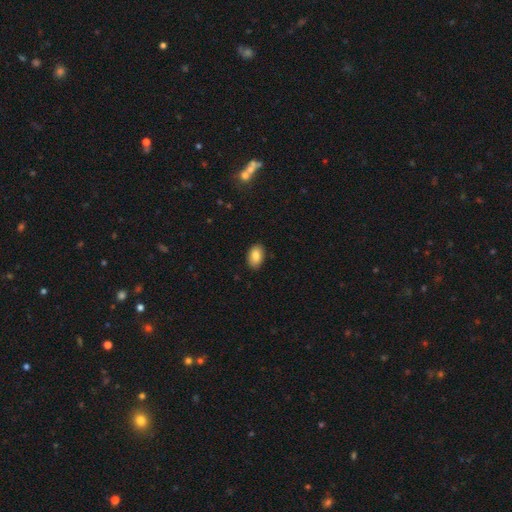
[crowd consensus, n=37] A smooth galaxy with no disk features (92%) that is in between round and cigar-shaped (88%).

Vote fractions:
- Smooth or featured? smooth: 92% / featured or disk: 5% / star or artifact: 3%
- How rounded? in between: 88% / round: 9% / cigar-shaped: 3%
- Merging? none: 89% / major disturbance: 6% / minor disturbance: 3% / merger: 3%